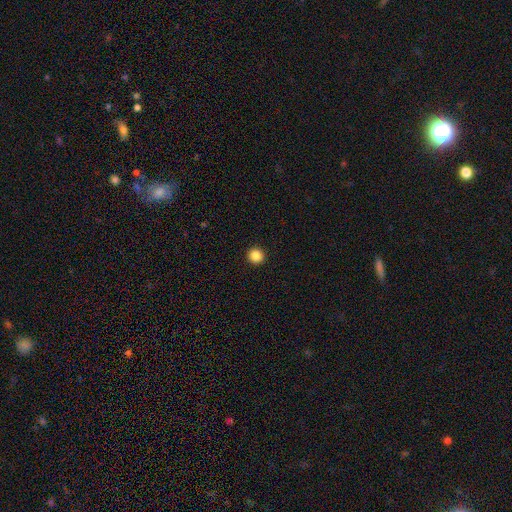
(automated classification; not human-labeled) Smooth or featured? Predicted: smooth (p=0.87). How rounded? Predicted: round (p=0.94). Merging? Predicted: none (p=0.94).